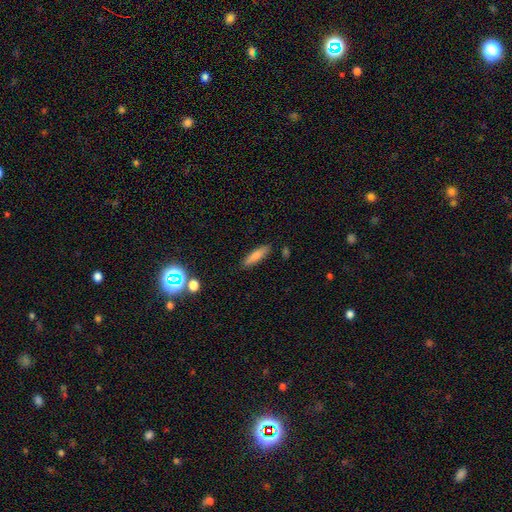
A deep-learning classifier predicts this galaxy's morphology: Smooth or featured: smooth — 80% (featured or disk — 12%)
How rounded: cigar-shaped — 70% (in between — 28%)
Merging: none — 86% (minor disturbance — 10%)